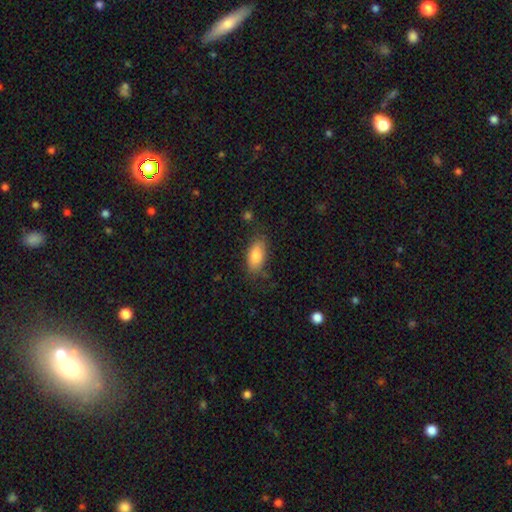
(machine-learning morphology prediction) type=smooth (82%); roundness=in between (89%); merging=none (72%).